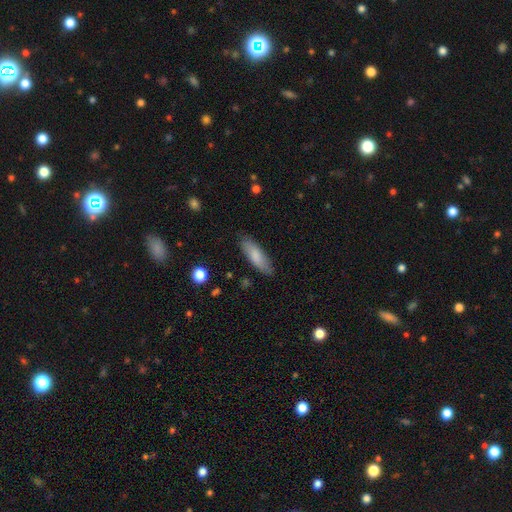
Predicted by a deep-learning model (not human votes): smooth-or-featured: smooth: 82% | featured or disk: 12% | star or artifact: 6%
  how-rounded: in between: 49% (tied) | cigar-shaped: 49% (tied) | round: 2%
  merging: none: 85% | minor disturbance: 11% | major disturbance: 2% | merger: 1%